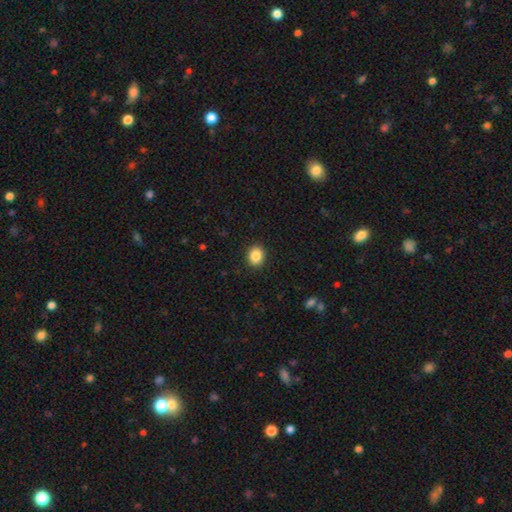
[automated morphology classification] type=smooth (87%); roundness=round (63%); merging=none (91%).